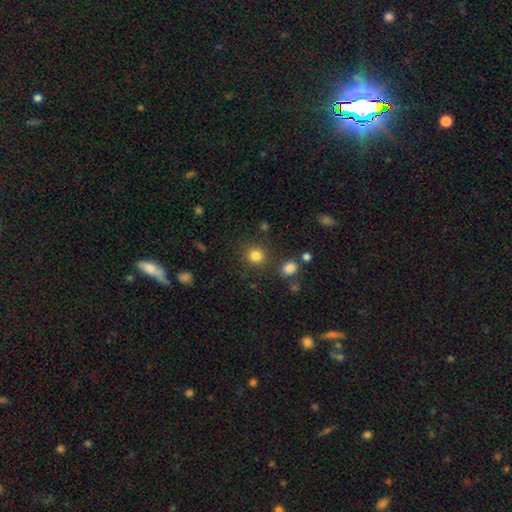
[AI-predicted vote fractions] This appears to be a smooth galaxy with no disk features (82%) that is round (89%). Merging: none (84%).